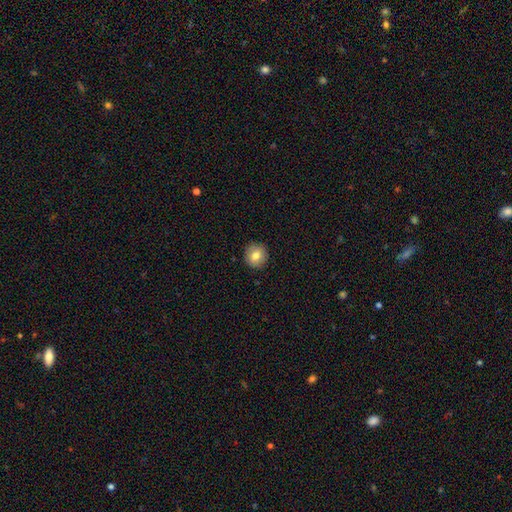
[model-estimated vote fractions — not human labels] This appears to be a smooth galaxy with no disk features (77%) that is round (91%). Merging: none (90%).